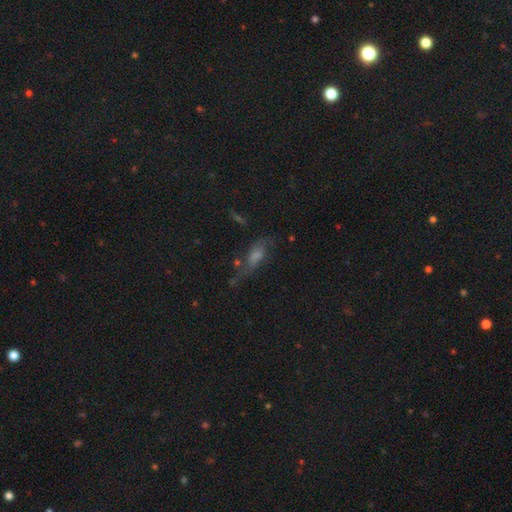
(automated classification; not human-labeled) The model was most divided on "smooth or featured": smooth: 39%, featured or disk: 34%, star or artifact: 28%. Remaining: merging — none (47%).